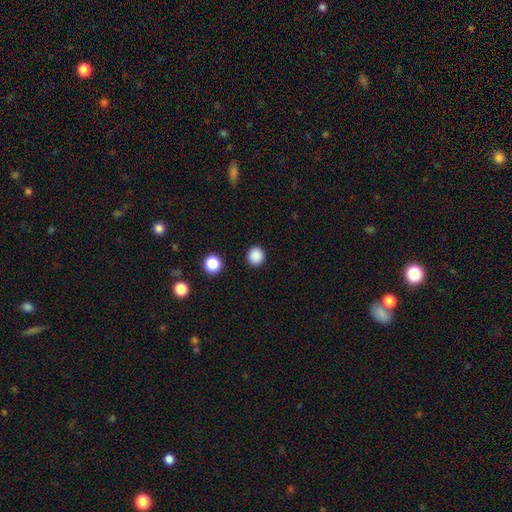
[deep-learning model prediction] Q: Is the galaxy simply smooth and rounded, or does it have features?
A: smooth — 87%.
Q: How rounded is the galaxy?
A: round — 91%.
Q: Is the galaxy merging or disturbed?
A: none — 92%.